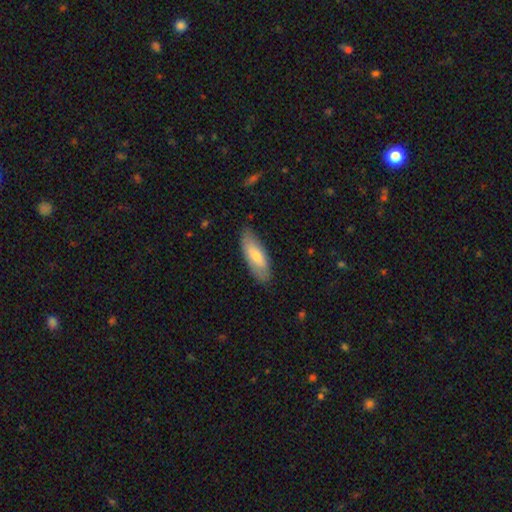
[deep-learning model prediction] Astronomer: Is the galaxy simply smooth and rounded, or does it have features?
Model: smooth — 67%.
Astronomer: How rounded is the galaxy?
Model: in between — 68%.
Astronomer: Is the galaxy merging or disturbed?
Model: none — 79%.